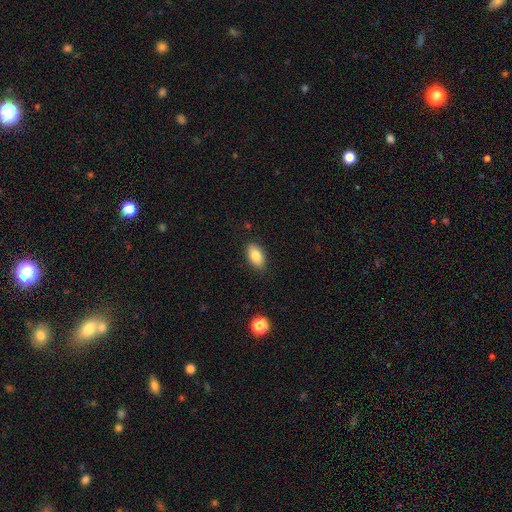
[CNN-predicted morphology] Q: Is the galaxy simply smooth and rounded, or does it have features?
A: smooth — 83%.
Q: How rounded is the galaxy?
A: in between — 92%.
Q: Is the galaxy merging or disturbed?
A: none — 87%.